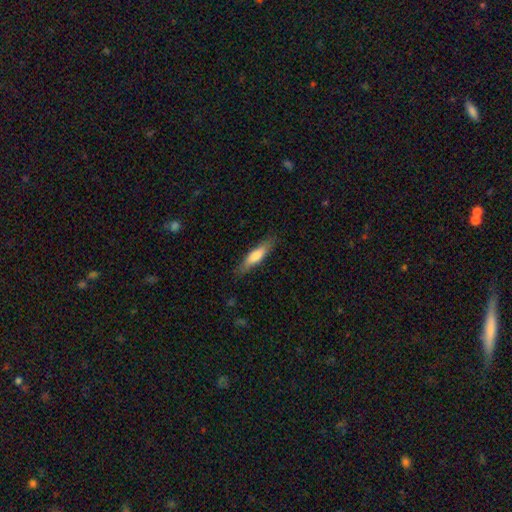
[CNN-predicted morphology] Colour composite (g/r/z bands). It shows a smooth galaxy with no disk features (74%) that is cigar-shaped (72%). Merging: none (84%).